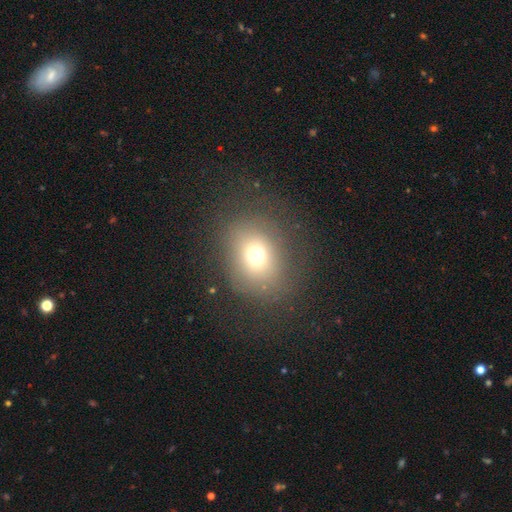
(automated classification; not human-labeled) A smooth galaxy with no disk features (70%) that is round (58%).

Vote fractions:
- Smooth or featured? smooth: 70% / star or artifact: 17% / featured or disk: 13%
- How rounded? round: 58% / in between: 41% / cigar-shaped: 1%
- Merging? none: 73% / minor disturbance: 14% / major disturbance: 12% / merger: 1%